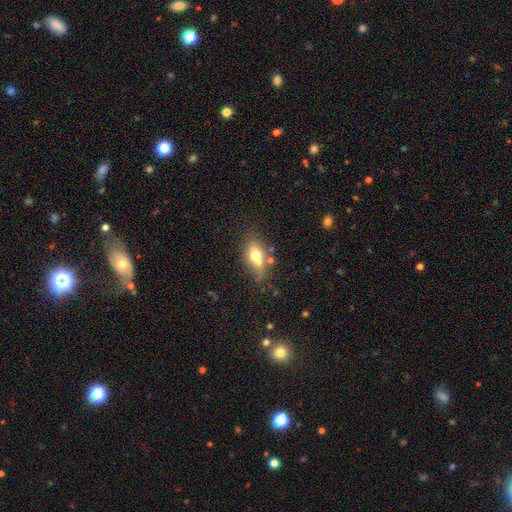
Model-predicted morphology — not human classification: smooth_or_featured: smooth (p=0.65) [alt: featured or disk p=0.25]
how_rounded: in between (p=0.78) [alt: round p=0.15]
merging: none (p=0.49) [alt: merger p=0.22]